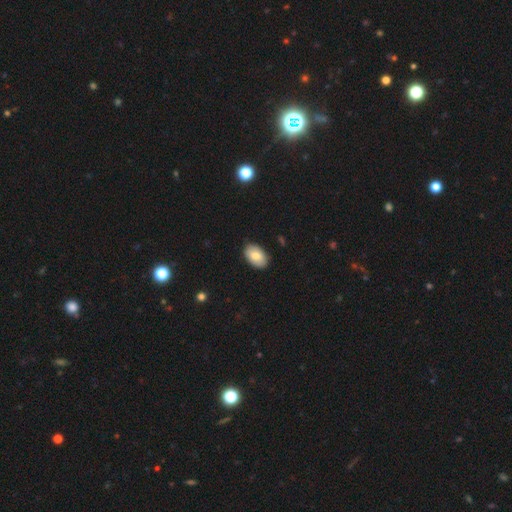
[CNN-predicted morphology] Smooth or featured? Predicted: smooth (p=0.81). How rounded? Predicted: in between (p=0.92). Merging? Predicted: none (p=0.88).